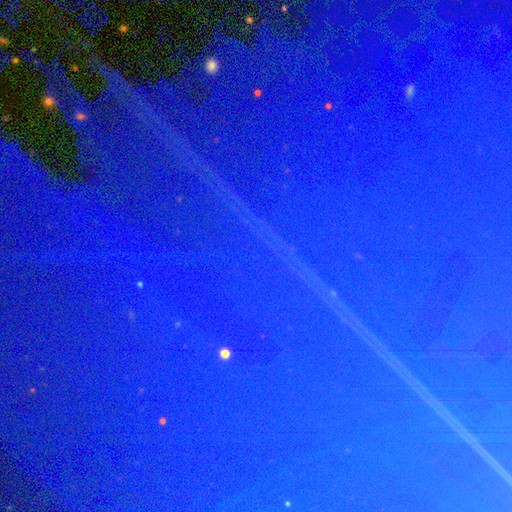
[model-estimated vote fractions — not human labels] Morphology: type=star or artifact (88%).